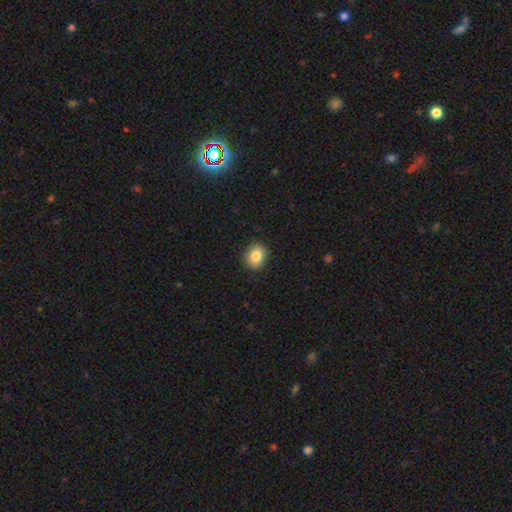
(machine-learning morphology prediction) Smooth or featured? smooth (85%)
How rounded? in between (50%)
Merging? none (88%)